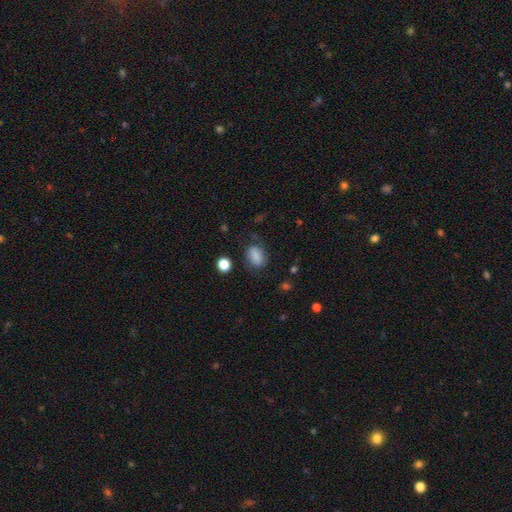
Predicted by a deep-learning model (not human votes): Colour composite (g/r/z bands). It shows a smooth galaxy with no disk features (82%) that is in between round and cigar-shaped (78%). Merging: none (68%).